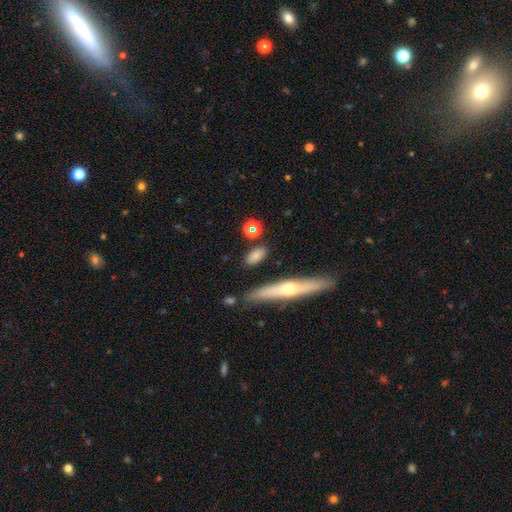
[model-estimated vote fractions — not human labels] Smooth or featured?
  - smooth: 76% *
  - featured or disk: 14%
  - star or artifact: 10%
How rounded?
  - in between: 76% *
  - cigar-shaped: 14%
  - round: 9%
Merging?
  - none: 81% *
  - minor disturbance: 11%
  - merger: 4%
  - major disturbance: 3%